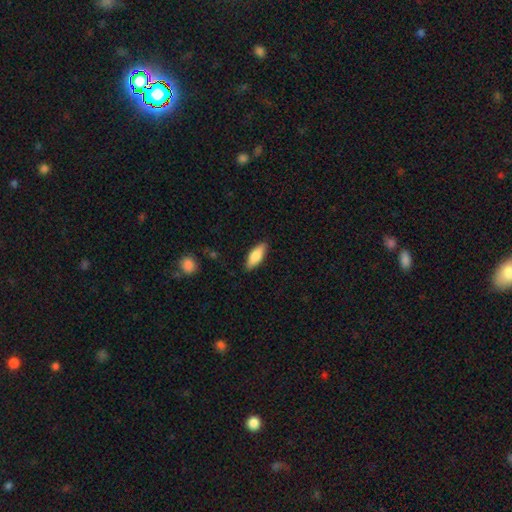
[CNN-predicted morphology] Q: Smooth or featured?
A: smooth (80%); runner-up: featured or disk (14%)
Q: How rounded?
A: in between (69%); runner-up: cigar-shaped (29%)
Q: Merging?
A: none (86%); runner-up: minor disturbance (11%)